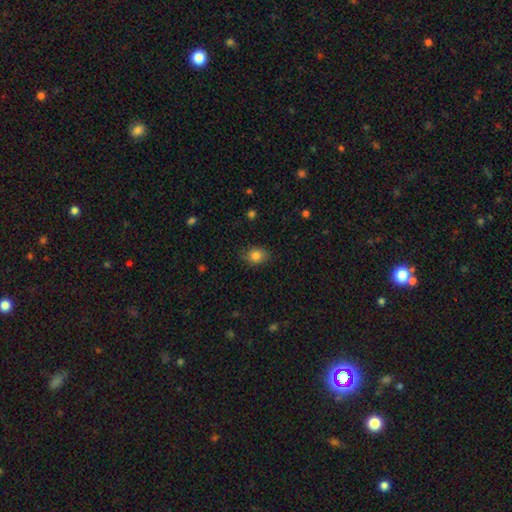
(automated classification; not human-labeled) This appears to be a smooth galaxy with no disk features (83%) that is in between round and cigar-shaped (59%). Merging: none (79%).